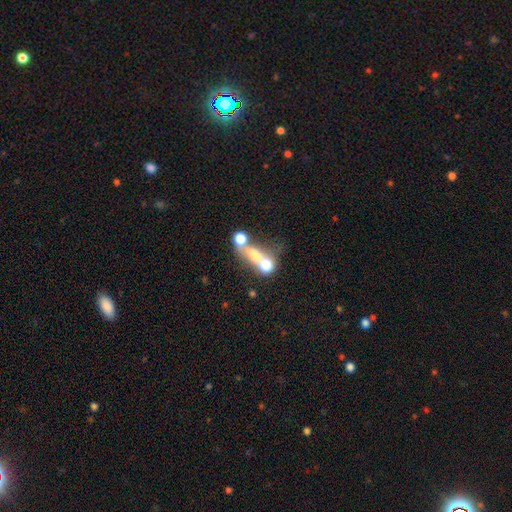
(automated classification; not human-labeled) A smooth galaxy with no disk features (51%) that is round (49%). Merging: merger (64%).